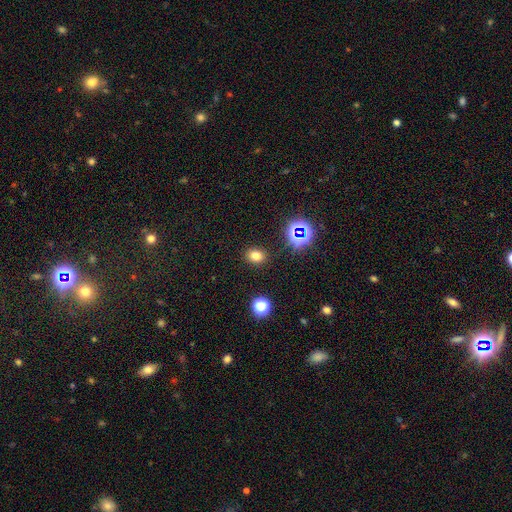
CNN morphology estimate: This is likely a smooth galaxy (74%). How rounded: possibly round (51%). Merging: clearly none (88%).